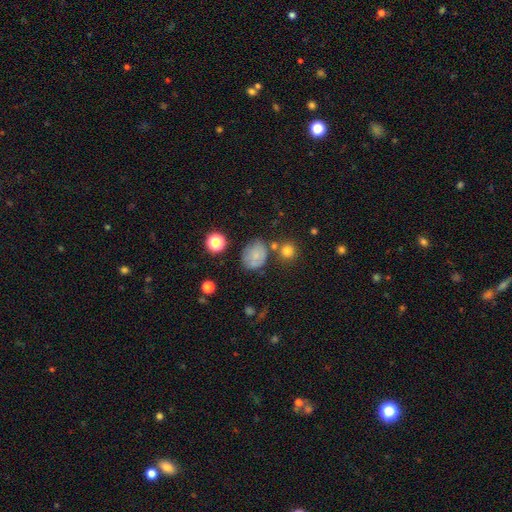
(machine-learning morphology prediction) type=smooth (72%); roundness=in between (50%); merging=none (61%).